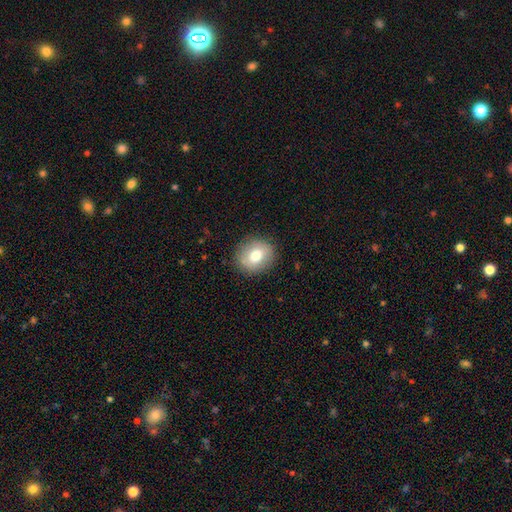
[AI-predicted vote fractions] Smooth or featured?
  - smooth: 74% *
  - featured or disk: 17%
  - star or artifact: 9%
How rounded?
  - round: 77% *
  - in between: 22%
  - cigar-shaped: 1%
Merging?
  - none: 88% *
  - minor disturbance: 8%
  - major disturbance: 3%
  - merger: 1%